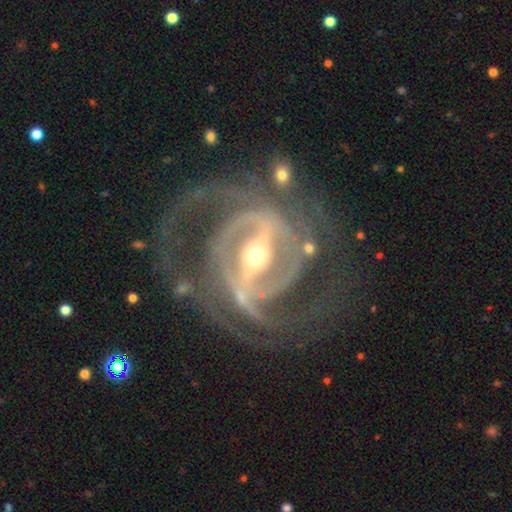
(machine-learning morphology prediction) This appears to be a featured or disk galaxy (91%) with a strong bar (73%), 2 (46%) medium (43%) spiral arms (94%) and a moderate central bulge (50%). Merging: none (58%).